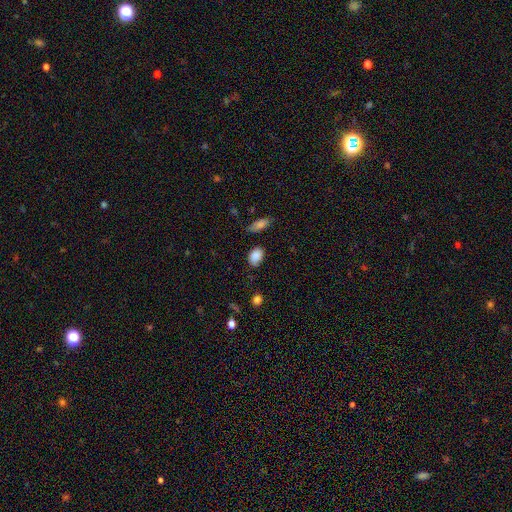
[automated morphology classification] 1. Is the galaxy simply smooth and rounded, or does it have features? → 87% smooth, 9% star or artifact, 5% featured or disk.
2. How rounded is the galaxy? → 79% in between, 19% round, 2% cigar-shaped.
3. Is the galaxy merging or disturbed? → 74% none, 20% minor disturbance, 4% major disturbance, 3% merger.